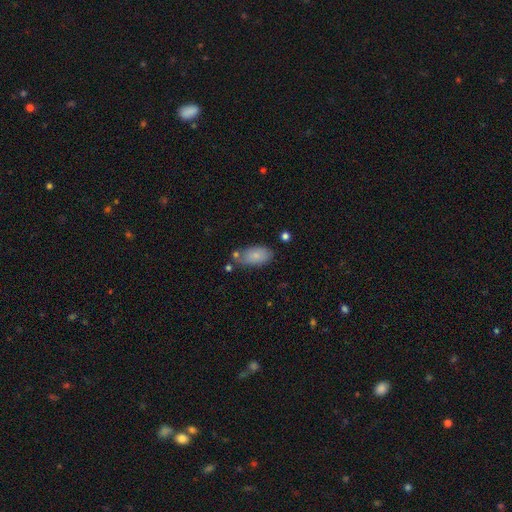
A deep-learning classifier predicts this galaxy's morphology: A smooth galaxy with no disk features (82%) that is in between round and cigar-shaped (93%).

Vote fractions:
- Smooth or featured? smooth: 82% / featured or disk: 11% / star or artifact: 7%
- How rounded? in between: 93% / round: 4% / cigar-shaped: 3%
- Merging? none: 61% / minor disturbance: 23% / merger: 10% / major disturbance: 6%